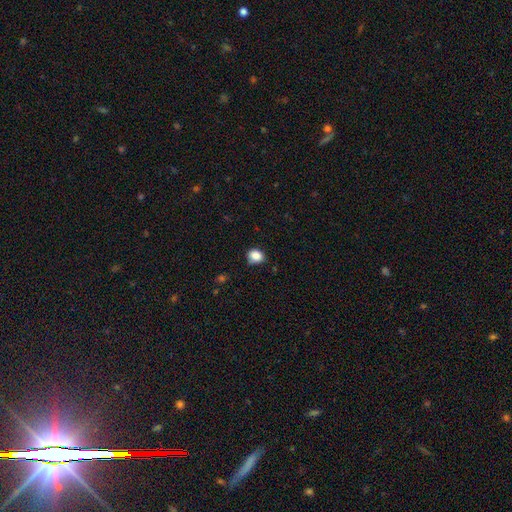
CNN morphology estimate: smooth-or-featured: smooth: 87% | star or artifact: 9% | featured or disk: 4%
  how-rounded: round: 56% | in between: 43% | cigar-shaped: 1%
  merging: none: 76% | minor disturbance: 19% | major disturbance: 3% | merger: 1%